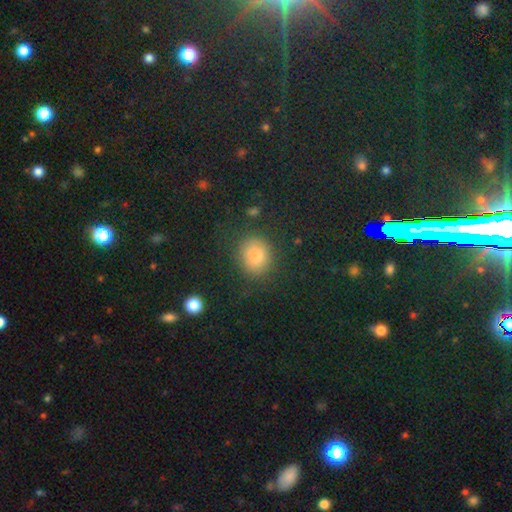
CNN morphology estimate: Smooth or featured: smooth — 79% (star or artifact — 13%)
How rounded: round — 70% (in between — 29%)
Merging: none — 83% (minor disturbance — 11%)